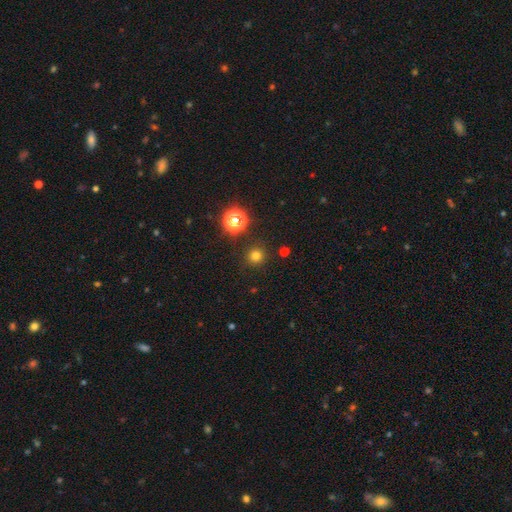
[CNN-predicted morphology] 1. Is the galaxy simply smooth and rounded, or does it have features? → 76% smooth, 19% star or artifact, 5% featured or disk.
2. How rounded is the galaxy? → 94% round, 5% in between, 1% cigar-shaped.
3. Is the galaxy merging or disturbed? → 90% none, 6% minor disturbance, 3% major disturbance, 2% merger.